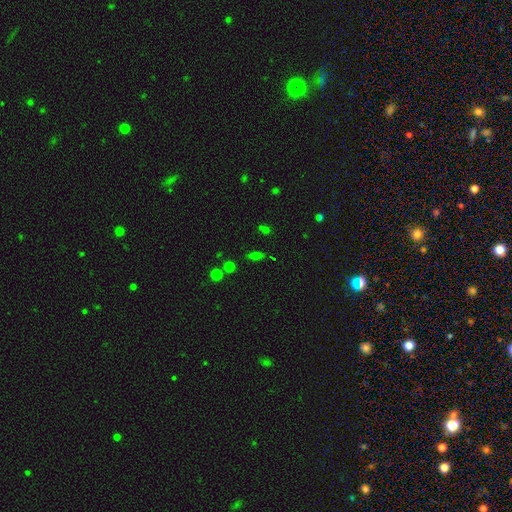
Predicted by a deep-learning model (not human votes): This appears to be a smooth galaxy with no disk features (50%). Merging: none (78%).